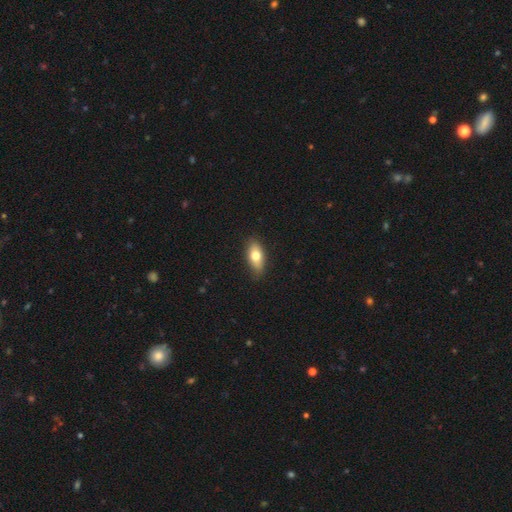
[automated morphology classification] This appears to be a smooth galaxy with no disk features (74%) that is in between round and cigar-shaped (84%). Merging: none (82%).